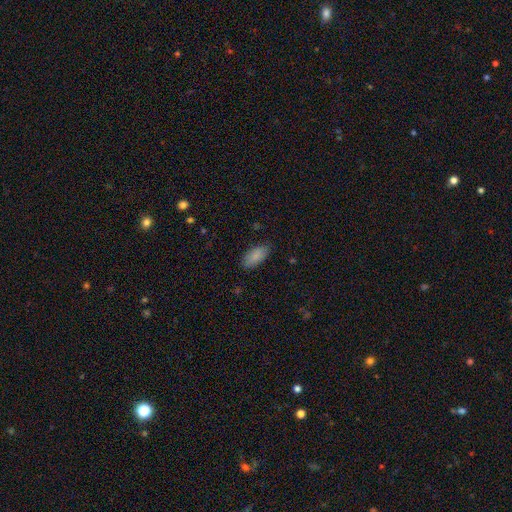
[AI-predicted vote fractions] Smooth or featured: smooth — 87% (featured or disk — 6%)
How rounded: in between — 91% (cigar-shaped — 6%)
Merging: none — 85% (minor disturbance — 12%)